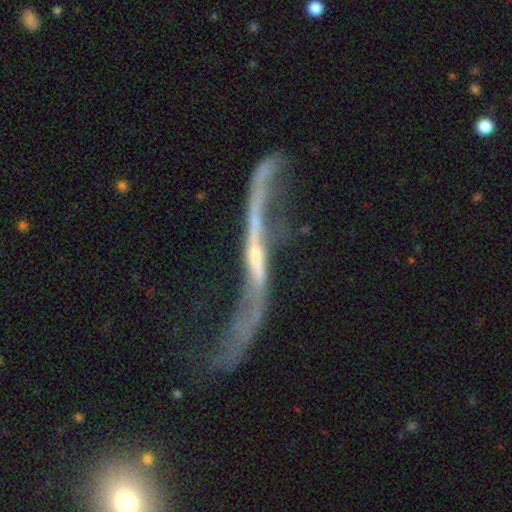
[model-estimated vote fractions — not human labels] smooth_or_featured: featured or disk (p=0.80) [alt: smooth p=0.13]
disk_edge_on: no (p=0.57) [alt: yes p=0.43]
merging: major disturbance (p=0.36) [alt: none p=0.30]